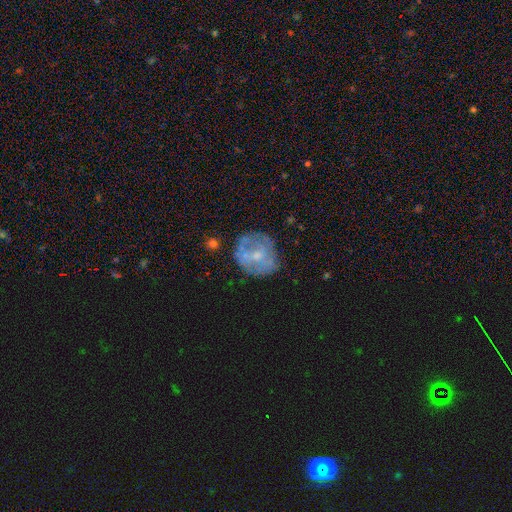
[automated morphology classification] A featured or disk galaxy (57%) with no bar (72%), no spiral arms (69%) and a small central bulge (55%). Merging: none (62%).